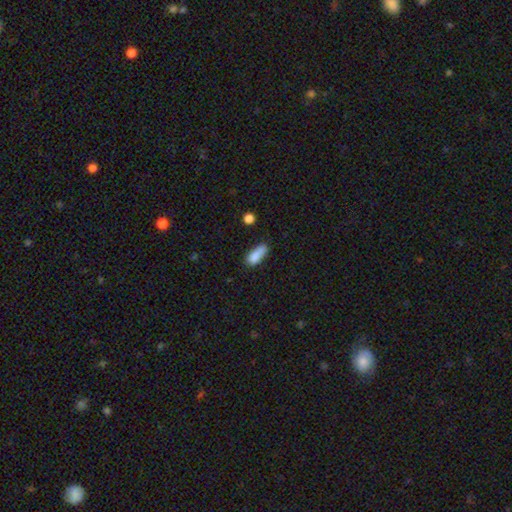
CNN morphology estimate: This is clearly a smooth galaxy (81%). How rounded: likely in between (66%). Merging: possibly none (46%).